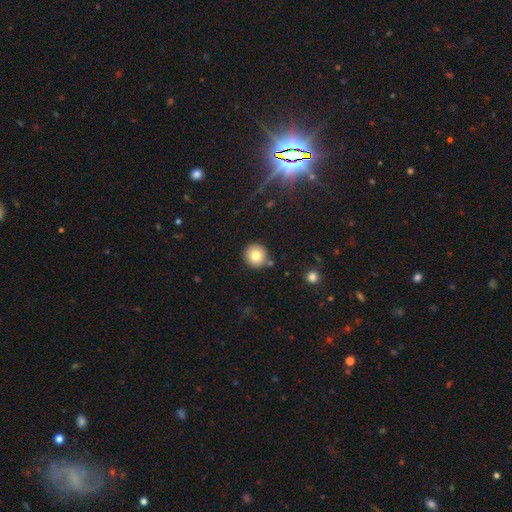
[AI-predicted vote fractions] smooth_or_featured: smooth (p=0.79) [alt: star or artifact p=0.11]
how_rounded: round (p=0.95) [alt: in between p=0.04]
merging: none (p=0.85) [alt: minor disturbance p=0.08]